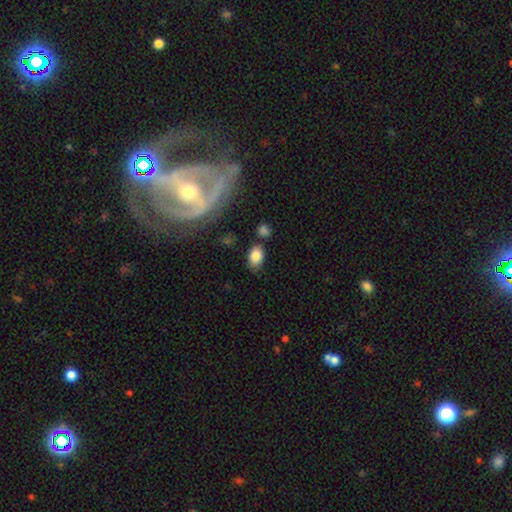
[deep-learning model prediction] Smooth or featured? Predicted: smooth (p=0.83). How rounded? Predicted: in between (p=0.85). Merging? Predicted: none (p=0.75).